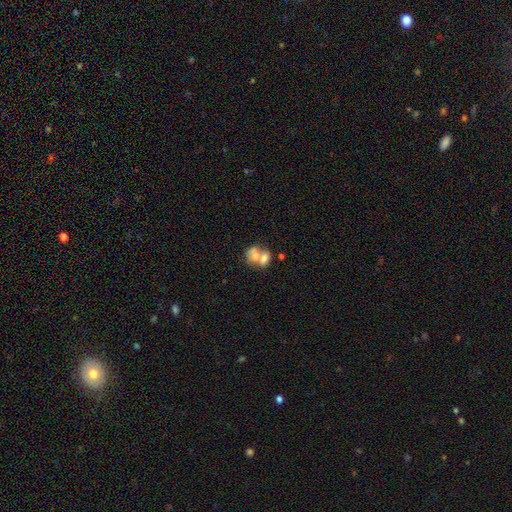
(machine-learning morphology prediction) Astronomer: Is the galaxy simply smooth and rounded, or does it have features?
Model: smooth — 61%.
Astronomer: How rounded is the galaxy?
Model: in between — 52% (runner-up: round, 47%).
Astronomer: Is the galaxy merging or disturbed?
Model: merger — 69%.